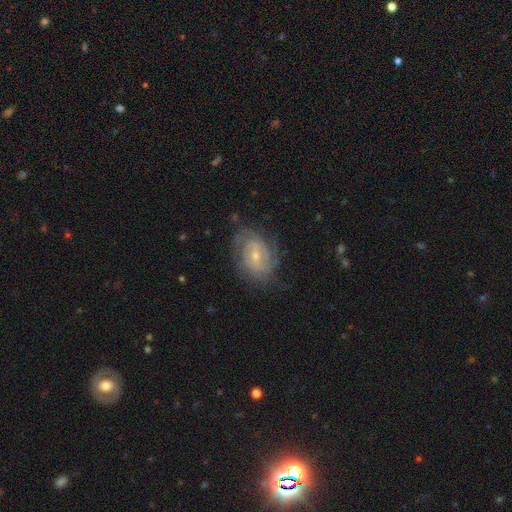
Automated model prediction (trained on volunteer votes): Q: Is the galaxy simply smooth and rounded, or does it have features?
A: featured or disk — 78%.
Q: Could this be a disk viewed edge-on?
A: no — 97%.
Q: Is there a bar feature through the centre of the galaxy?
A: weak — 48%.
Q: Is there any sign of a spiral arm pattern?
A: yes — 90%.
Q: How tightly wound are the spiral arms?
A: tight — 59%.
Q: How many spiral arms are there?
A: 2 — 41%.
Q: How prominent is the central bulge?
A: small — 60%.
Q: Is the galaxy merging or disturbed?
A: none — 72%.